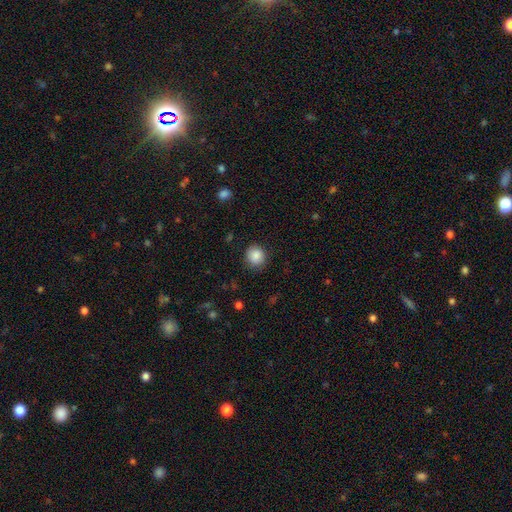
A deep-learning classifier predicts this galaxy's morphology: The model was most divided on "merging": none: 86%, minor disturbance: 10%, major disturbance: 3%, merger: 1%. More confident: how rounded — round (88%); smooth or featured — smooth (87%).